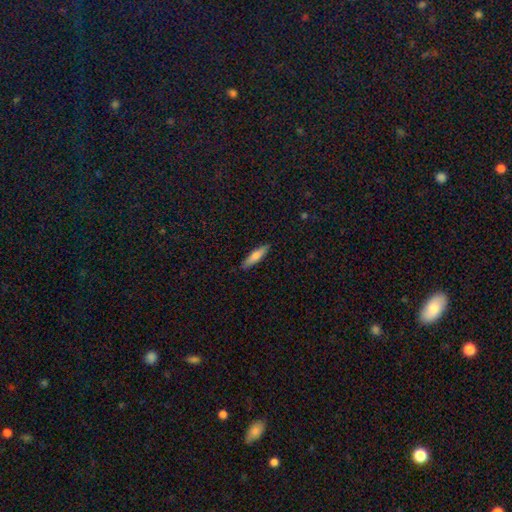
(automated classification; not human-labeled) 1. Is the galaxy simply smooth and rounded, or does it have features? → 71% smooth, 23% featured or disk, 6% star or artifact.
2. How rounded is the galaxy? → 78% cigar-shaped, 20% in between, 2% round.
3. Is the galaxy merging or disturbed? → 89% none, 9% minor disturbance, 2% major disturbance, 1% merger.